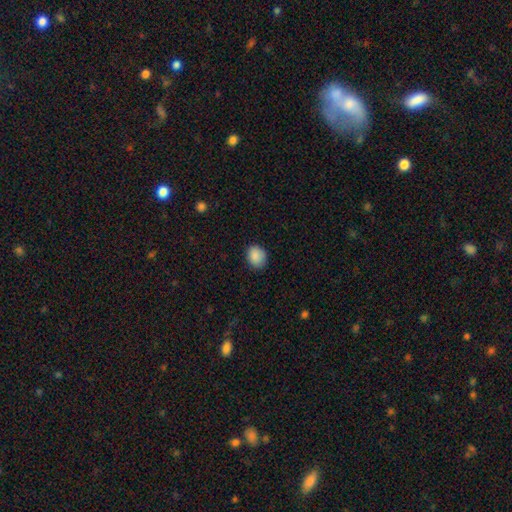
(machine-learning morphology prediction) This appears to be a smooth galaxy with no disk features (88%) that is round (58%). Merging: none (83%).